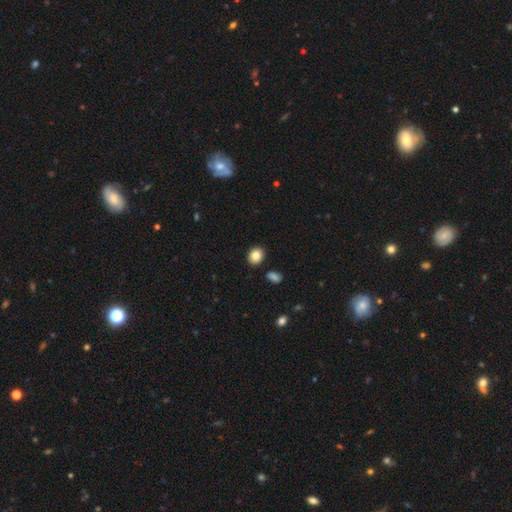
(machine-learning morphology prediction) Smooth or featured: smooth — 84% (star or artifact — 9%)
How rounded: round — 61% (in between — 38%)
Merging: none — 88% (minor disturbance — 7%)